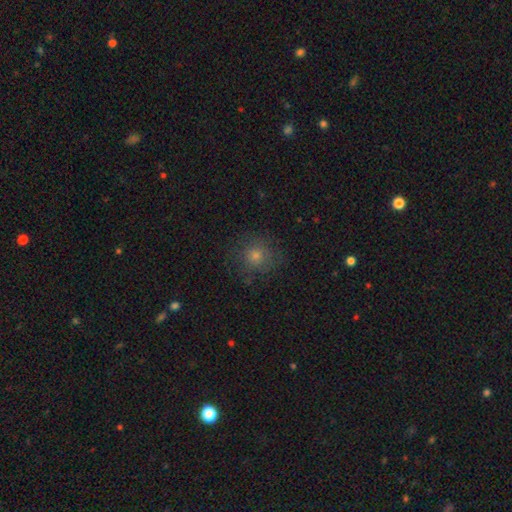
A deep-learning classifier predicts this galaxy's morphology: This appears to be a smooth galaxy with no disk features (66%) that is round (91%). Merging: none (81%).